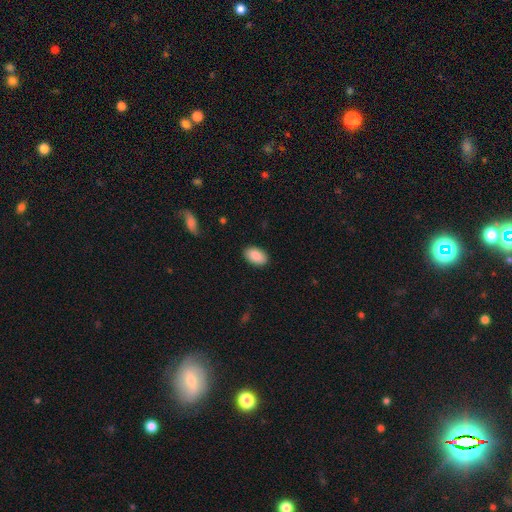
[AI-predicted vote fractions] smooth-or-featured: smooth: 88% | star or artifact: 6% | featured or disk: 5%
  how-rounded: in between: 93% | round: 5% | cigar-shaped: 1%
  merging: none: 88% | minor disturbance: 9% | major disturbance: 2% | merger: 1%